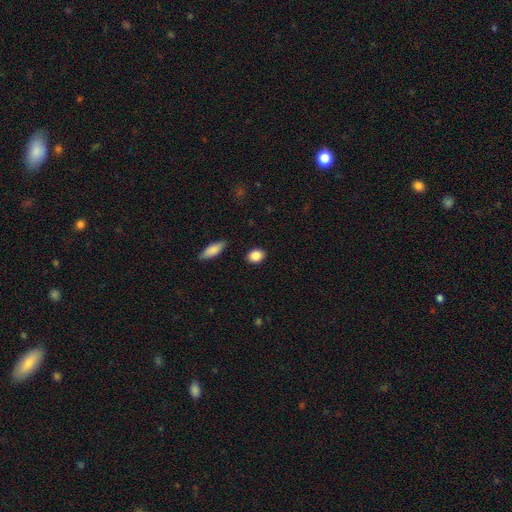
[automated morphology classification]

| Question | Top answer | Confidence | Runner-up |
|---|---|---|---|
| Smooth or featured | smooth | 88% | star or artifact (8%) |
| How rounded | in between | 51% | round (47%) |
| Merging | none | 88% | minor disturbance (8%) |